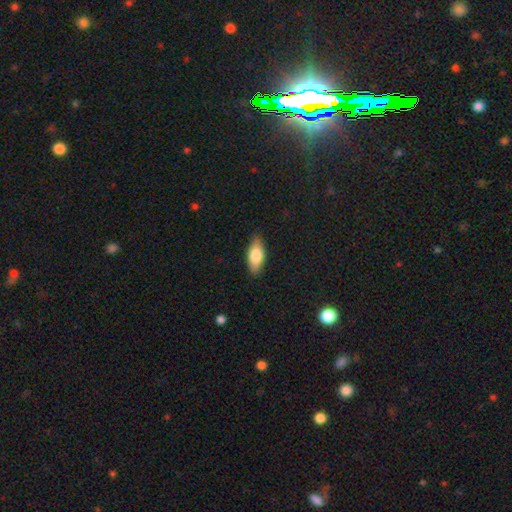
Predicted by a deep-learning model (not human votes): Overall: smooth (77%). How rounded: in between (83%). Merging: none (86%).